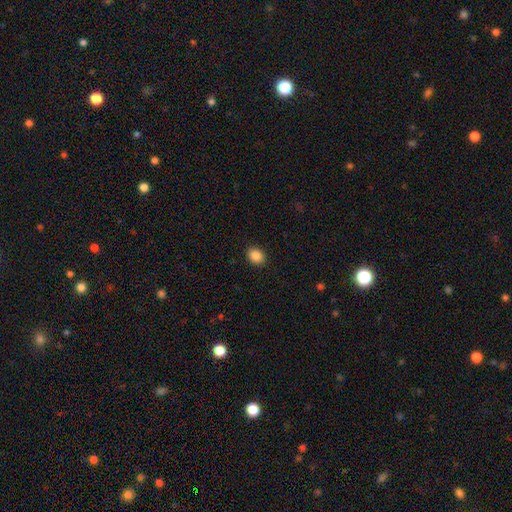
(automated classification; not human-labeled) This appears to be a smooth galaxy with no disk features (88%) that is in between round and cigar-shaped (54%). Merging: none (91%).